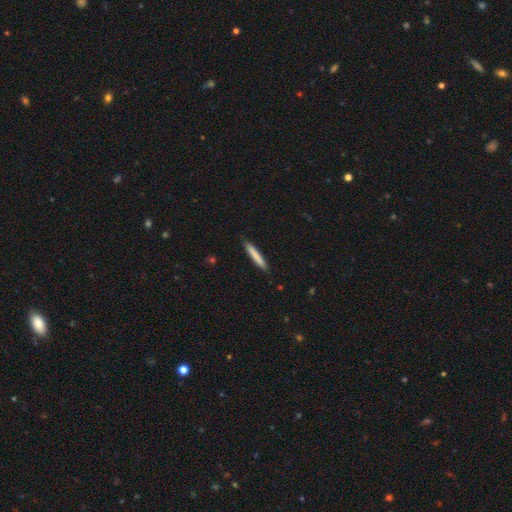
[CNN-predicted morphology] Smooth or featured?
  - smooth: 79% *
  - featured or disk: 15%
  - star or artifact: 6%
How rounded?
  - cigar-shaped: 95% *
  - in between: 4%
  - round: 1%
Merging?
  - none: 90% *
  - minor disturbance: 8%
  - major disturbance: 1%
  - merger: 1%